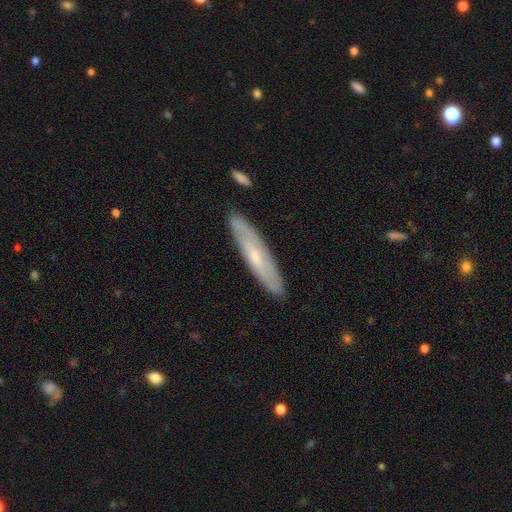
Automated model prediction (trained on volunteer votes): Smooth or featured? featured or disk (49%)
Merging? none (85%)